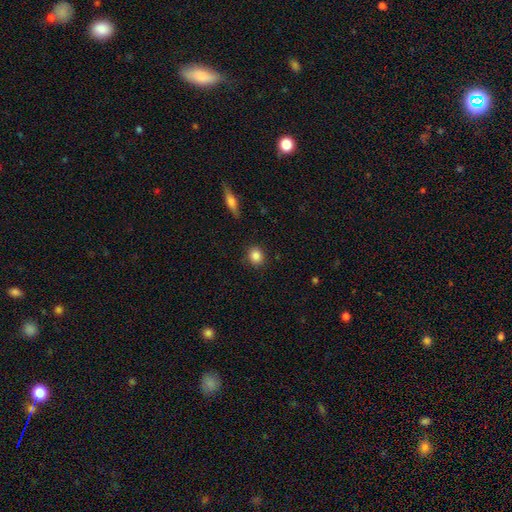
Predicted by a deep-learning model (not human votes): This appears to be a smooth galaxy with no disk features (86%) that is round (76%). Merging: none (88%).